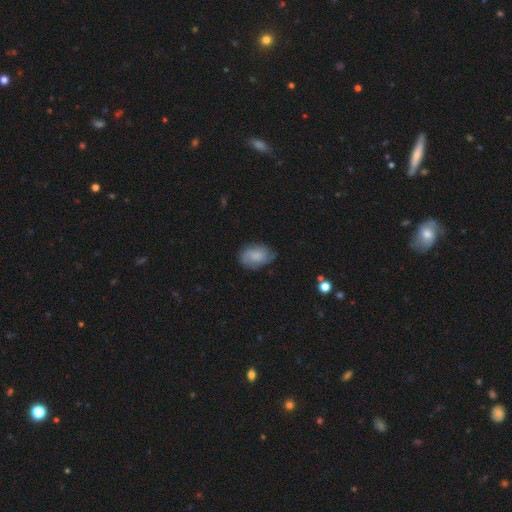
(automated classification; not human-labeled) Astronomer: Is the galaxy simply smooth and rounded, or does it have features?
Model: smooth — 59%.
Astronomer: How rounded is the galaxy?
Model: in between — 83%.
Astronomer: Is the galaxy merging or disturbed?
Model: none — 67%.